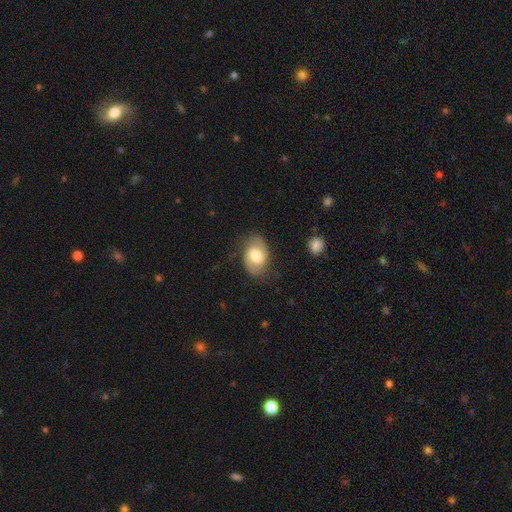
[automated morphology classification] featured or disk 48%, smooth 46%, star or artifact 6%. Down the decision tree: merging — none (75%).